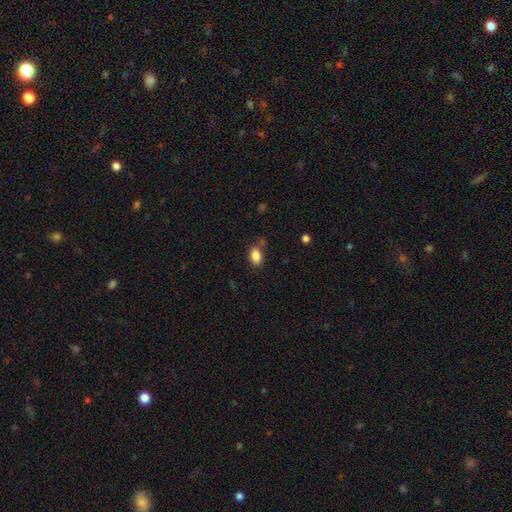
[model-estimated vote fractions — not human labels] Smooth or featured? smooth (87%)
How rounded? in between (88%)
Merging? none (75%)